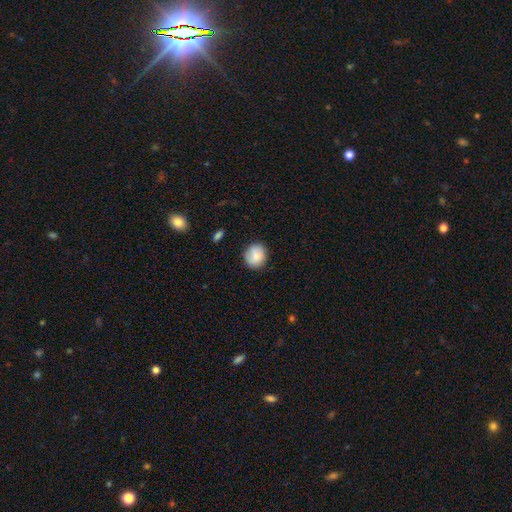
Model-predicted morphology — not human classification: smooth_or_featured: smooth (p=0.81) [alt: featured or disk p=0.11]
how_rounded: round (p=0.81) [alt: in between p=0.18]
merging: none (p=0.83) [alt: minor disturbance p=0.13]